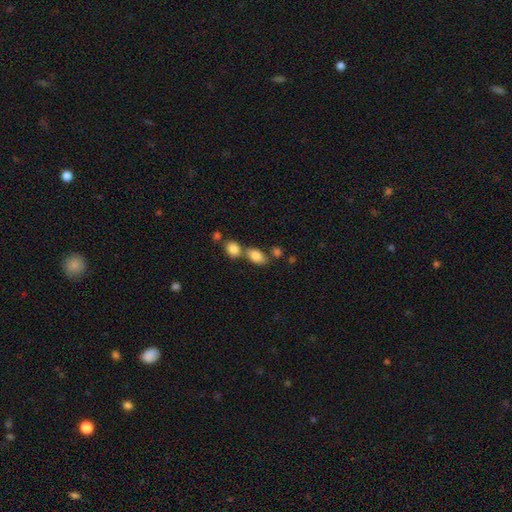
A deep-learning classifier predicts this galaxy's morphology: Smooth or featured? smooth (84%)
How rounded? in between (87%)
Merging? none (48%)